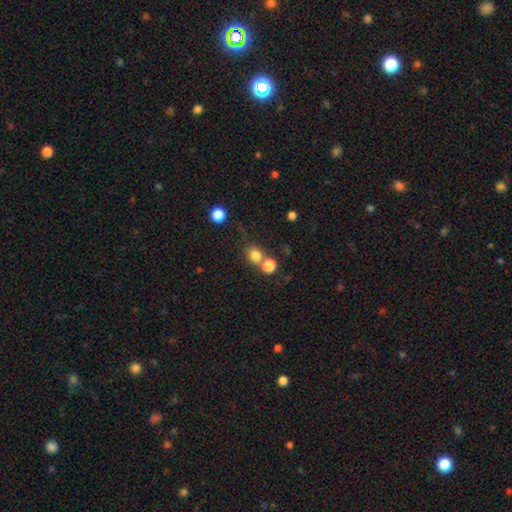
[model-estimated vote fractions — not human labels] This is likely a smooth galaxy (80%). How rounded: likely round (80%). Merging: possibly none (57%).